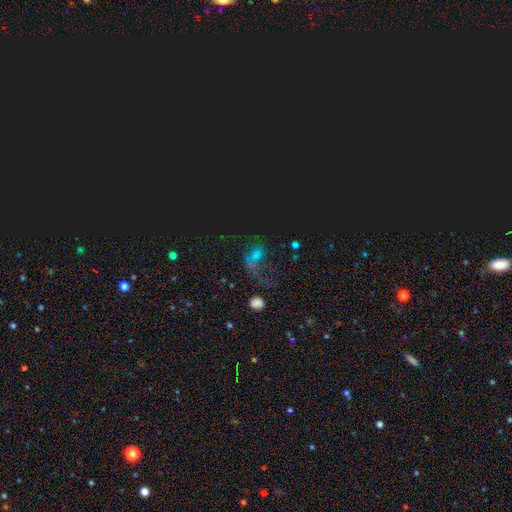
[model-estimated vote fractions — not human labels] Smooth or featured? Predicted: star or artifact (p=0.48).